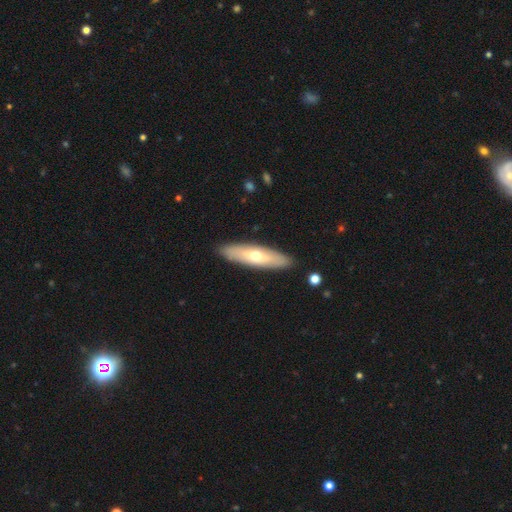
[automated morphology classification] This appears to be a smooth galaxy with no disk features (50%) that is cigar-shaped (64%). Merging: none (90%).